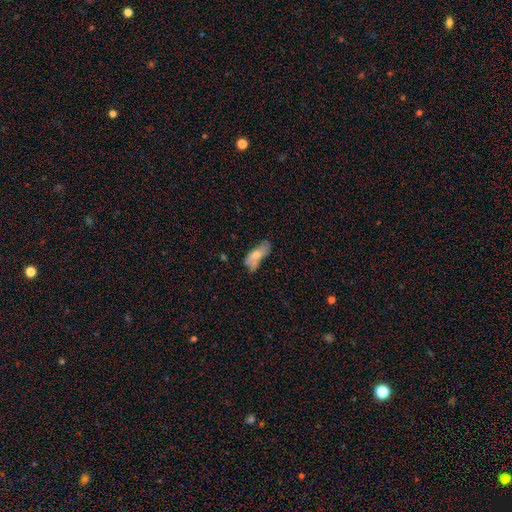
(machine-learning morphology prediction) smooth-or-featured: smooth: 65% | featured or disk: 27% | star or artifact: 8%
  how-rounded: in between: 81% | cigar-shaped: 16% | round: 3%
  merging: none: 35% | minor disturbance: 30% | major disturbance: 20% | merger: 14%